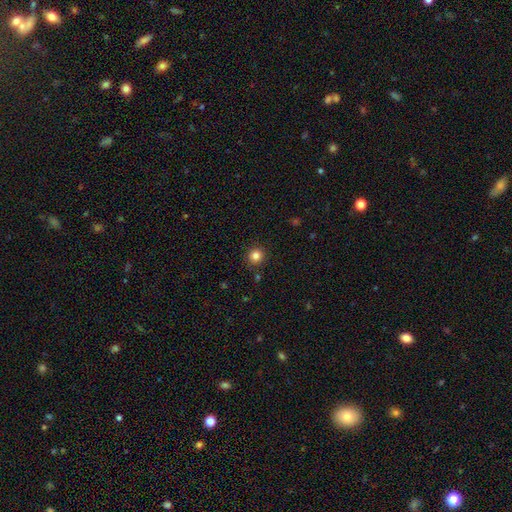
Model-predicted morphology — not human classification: This appears to be a smooth galaxy with no disk features (83%) that is round (93%). Merging: none (90%).